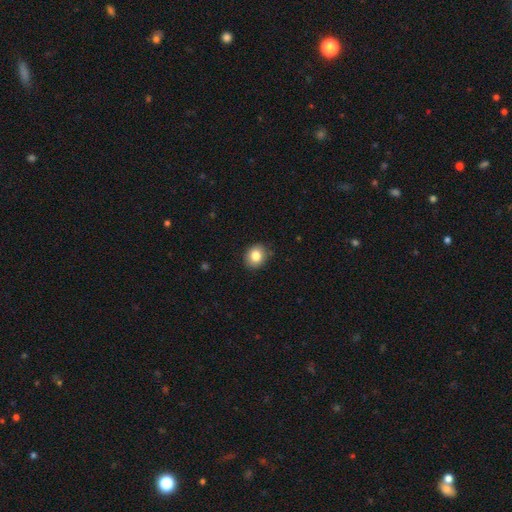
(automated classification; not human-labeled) Smooth or featured? smooth (83%)
How rounded? round (62%)
Merging? none (87%)